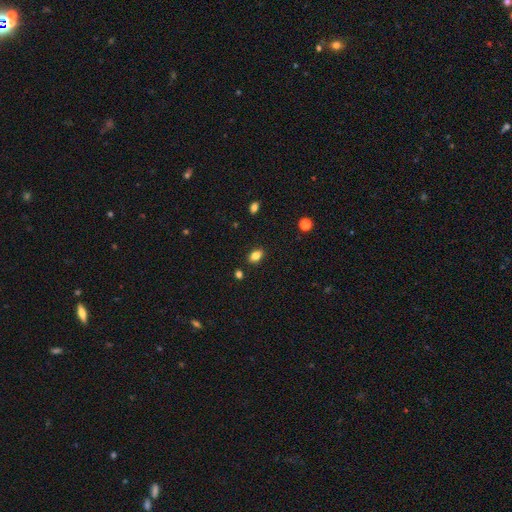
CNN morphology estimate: A smooth galaxy with no disk features (82%) that is in between round and cigar-shaped (84%). Merging: none (86%).